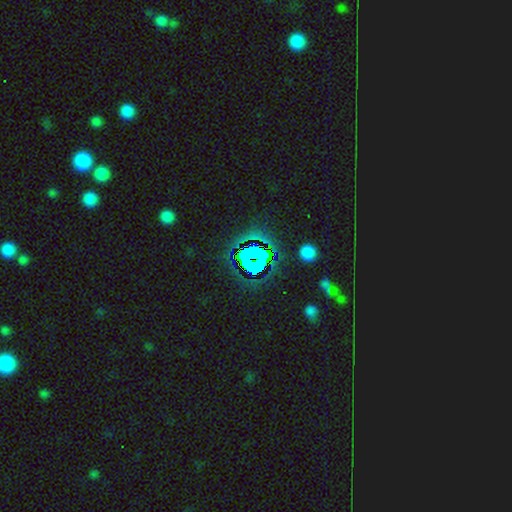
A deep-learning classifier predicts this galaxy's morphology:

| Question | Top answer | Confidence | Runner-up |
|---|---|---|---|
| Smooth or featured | star or artifact | 80% | smooth (11%) |